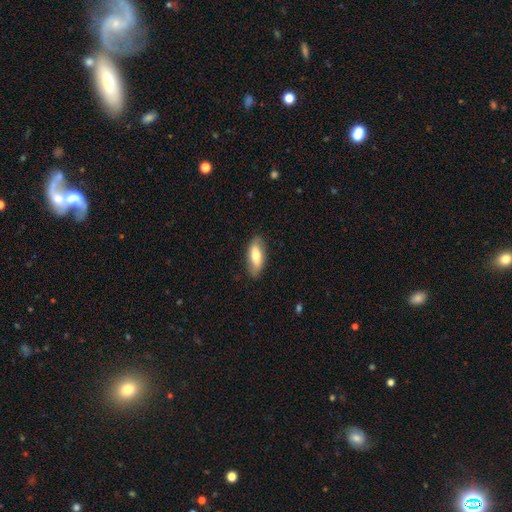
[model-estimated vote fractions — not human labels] smooth-or-featured: smooth: 69% | featured or disk: 26% | star or artifact: 6%
  how-rounded: in between: 76% | cigar-shaped: 22% | round: 3%
  merging: none: 83% | minor disturbance: 14% | major disturbance: 3% | merger: 1%